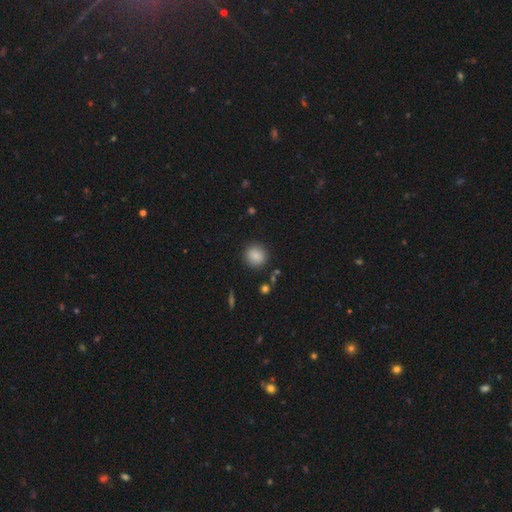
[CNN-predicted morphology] The model was most divided on "smooth or featured": smooth: 86%, star or artifact: 9%, featured or disk: 5%. More confident: how rounded — round (89%); merging — none (89%).